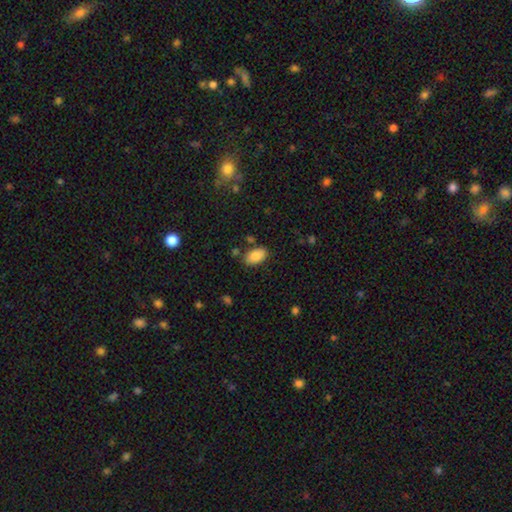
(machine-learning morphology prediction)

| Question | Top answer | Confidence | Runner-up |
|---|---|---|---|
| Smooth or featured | smooth | 86% | star or artifact (7%) |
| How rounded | in between | 93% | round (5%) |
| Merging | none | 80% | minor disturbance (12%) |